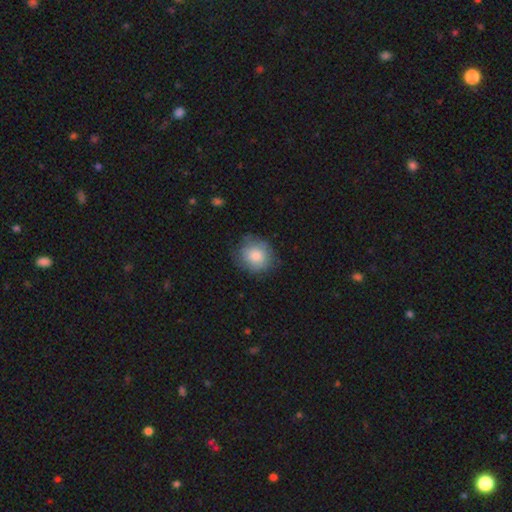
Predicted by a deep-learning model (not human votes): Smooth or featured?
  - smooth: 79% *
  - featured or disk: 14%
  - star or artifact: 7%
How rounded?
  - round: 82% *
  - in between: 17%
  - cigar-shaped: 1%
Merging?
  - none: 74% *
  - minor disturbance: 20%
  - major disturbance: 5%
  - merger: 1%